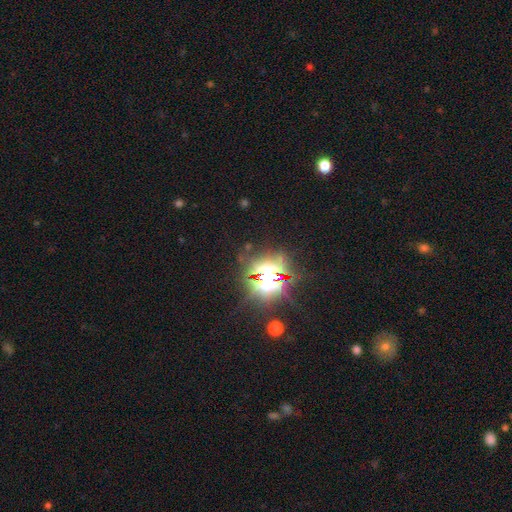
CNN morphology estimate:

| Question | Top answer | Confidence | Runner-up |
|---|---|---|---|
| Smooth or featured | star or artifact | 84% | smooth (10%) |